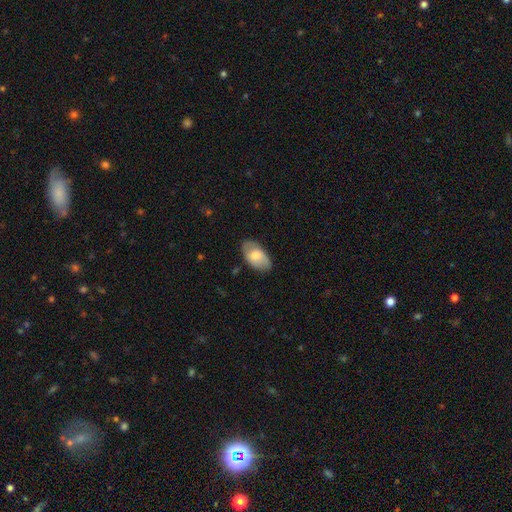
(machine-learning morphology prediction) smooth 70%, featured or disk 24%, star or artifact 6%. Down the decision tree: how rounded — in between (94%); merging — none (79%).